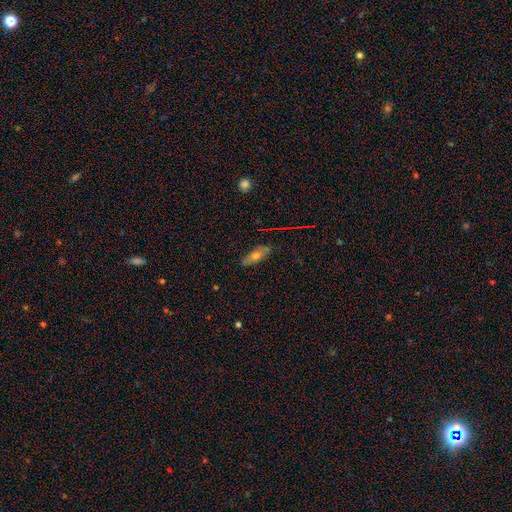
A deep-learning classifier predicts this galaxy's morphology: This appears to be a smooth galaxy with no disk features (55%) that is in between round and cigar-shaped (68%). Merging: none (80%).